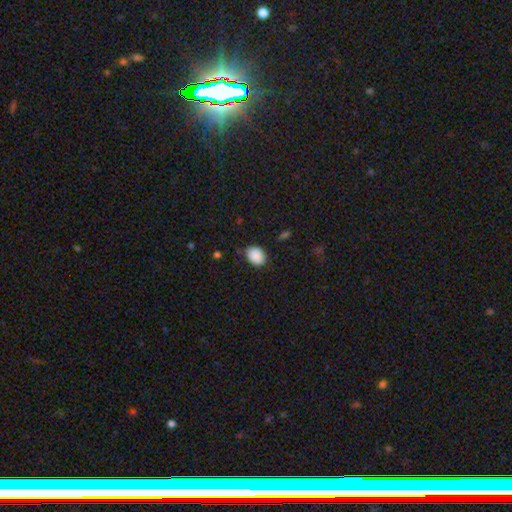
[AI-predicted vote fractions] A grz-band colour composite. It shows a smooth galaxy with no disk features (90%) that is in between round and cigar-shaped (65%). Merging: none (84%).